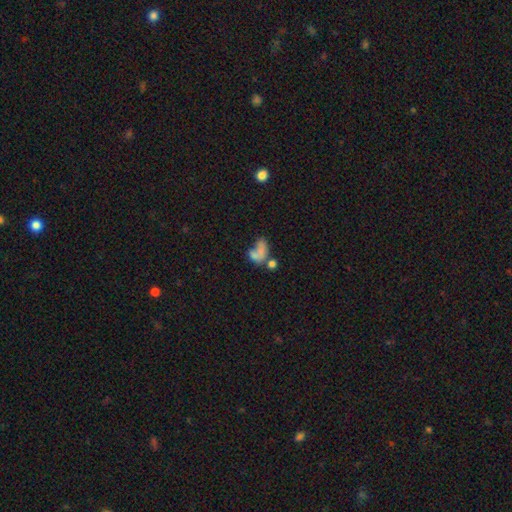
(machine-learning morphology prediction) Smooth or featured?
  - smooth: 57% *
  - featured or disk: 28%
  - star or artifact: 14%
How rounded?
  - in between: 78% *
  - round: 19%
  - cigar-shaped: 3%
Merging?
  - merger: 38% *
  - major disturbance: 27%
  - none: 21%
  - minor disturbance: 14%